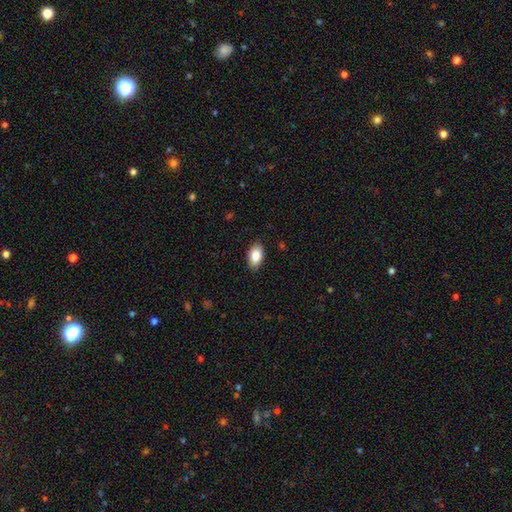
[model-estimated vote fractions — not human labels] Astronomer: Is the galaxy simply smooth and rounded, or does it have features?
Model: smooth — 84%.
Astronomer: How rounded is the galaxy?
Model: in between — 92%.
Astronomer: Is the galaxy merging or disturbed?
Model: none — 88%.